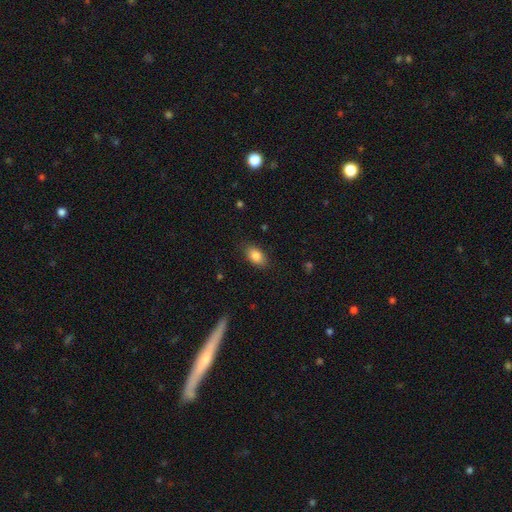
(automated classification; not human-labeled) Overall: smooth (85%). How rounded: in between (90%). Merging: none (84%).